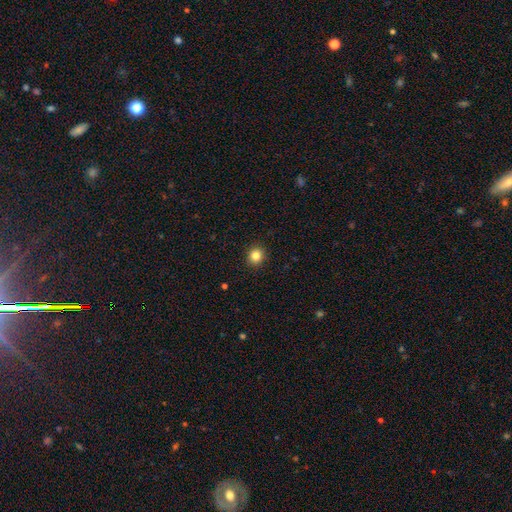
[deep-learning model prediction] This is clearly a smooth galaxy (83%). How rounded: clearly round (83%). Merging: clearly none (92%).